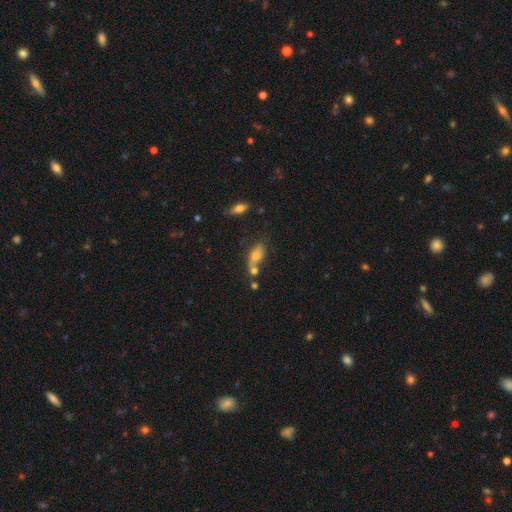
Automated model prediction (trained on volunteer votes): Smooth or featured? Predicted: smooth (p=0.62). How rounded? Predicted: in between (p=0.75). Merging? Predicted: none (p=0.39).